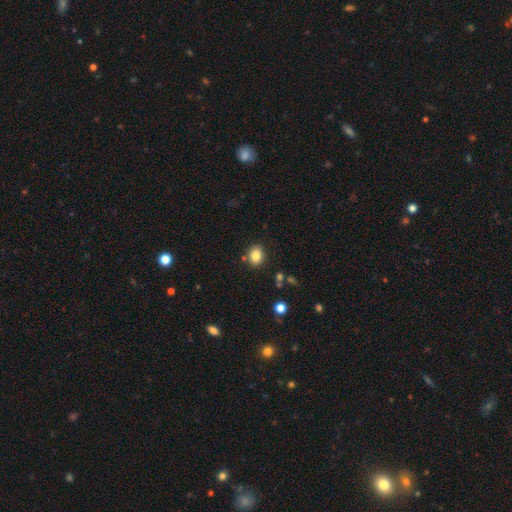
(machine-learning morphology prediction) Smooth or featured?
  - smooth: 83% *
  - star or artifact: 10%
  - featured or disk: 7%
How rounded?
  - round: 53% *
  - in between: 46%
  - cigar-shaped: 1%
Merging?
  - none: 83% *
  - minor disturbance: 10%
  - merger: 5%
  - major disturbance: 3%